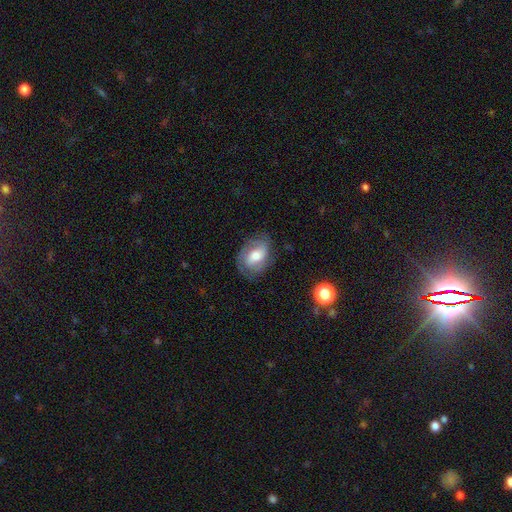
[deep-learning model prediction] This appears to be a featured or disk galaxy (53%) with no bar (46%), spiral arms (79%) and a moderate central bulge (62%). Merging: none (71%).